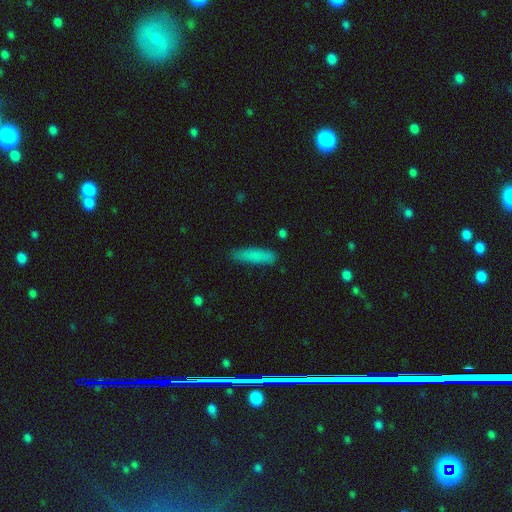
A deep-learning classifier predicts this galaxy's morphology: Smooth or featured? smooth (82%)
How rounded? cigar-shaped (79%)
Merging? none (82%)